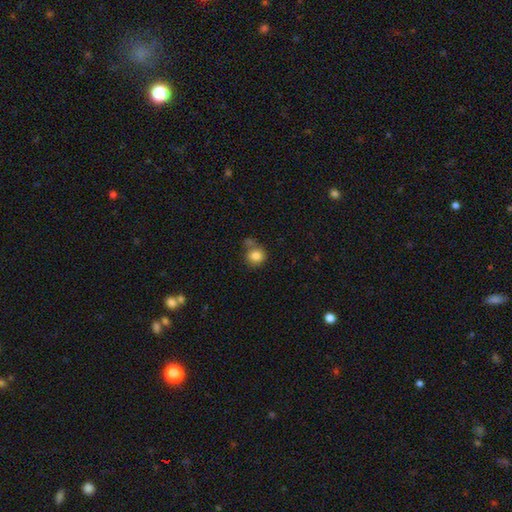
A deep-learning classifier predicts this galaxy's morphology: Smooth or featured? Predicted: smooth (p=0.83). How rounded? Predicted: round (p=0.84). Merging? Predicted: none (p=0.56).